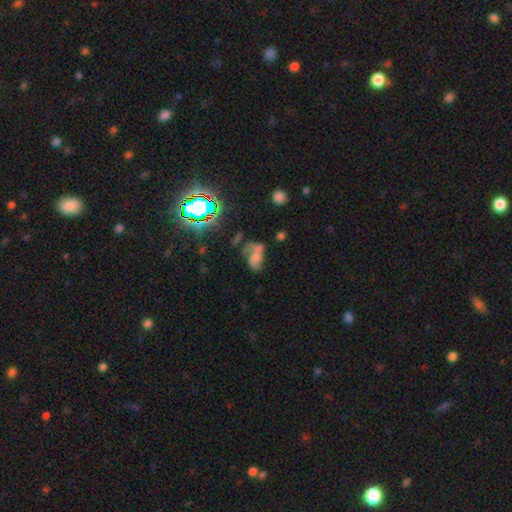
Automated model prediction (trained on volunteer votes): Smooth or featured? Predicted: featured or disk (p=0.40). Merging? Predicted: major disturbance (p=0.37).